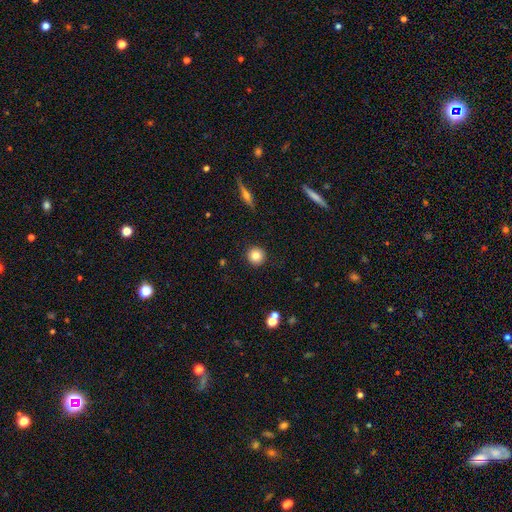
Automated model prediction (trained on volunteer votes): This appears to be a smooth galaxy with no disk features (83%) that is round (94%). Merging: none (92%).